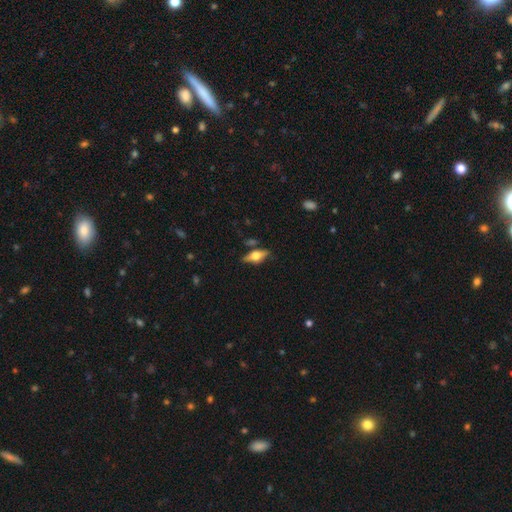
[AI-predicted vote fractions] Smooth or featured?
  - featured or disk: 51% *
  - smooth: 42%
  - star or artifact: 7%
Edge-on disk?
  - yes: 89% *
  - no: 11%
Merging?
  - none: 76% *
  - minor disturbance: 15%
  - merger: 5%
  - major disturbance: 4%